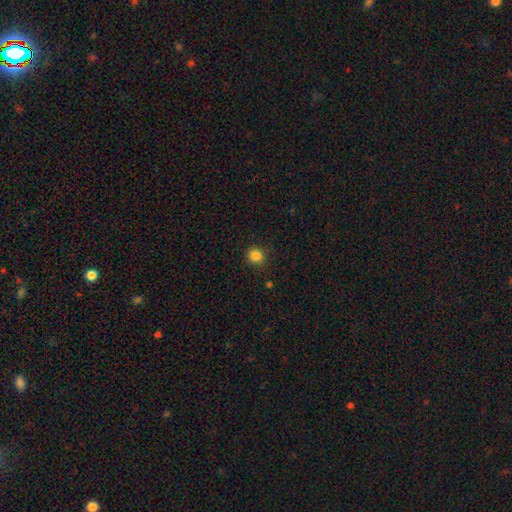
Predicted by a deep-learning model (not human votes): Morphology: type=smooth (84%); roundness=round (88%); merging=none (89%).